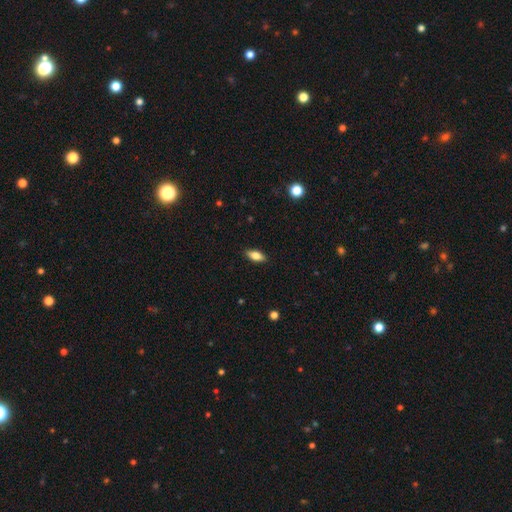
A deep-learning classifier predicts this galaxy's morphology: Smooth or featured?
  - smooth: 80% *
  - featured or disk: 13%
  - star or artifact: 7%
How rounded?
  - in between: 82% *
  - cigar-shaped: 15%
  - round: 3%
Merging?
  - none: 88% *
  - minor disturbance: 9%
  - major disturbance: 2%
  - merger: 1%